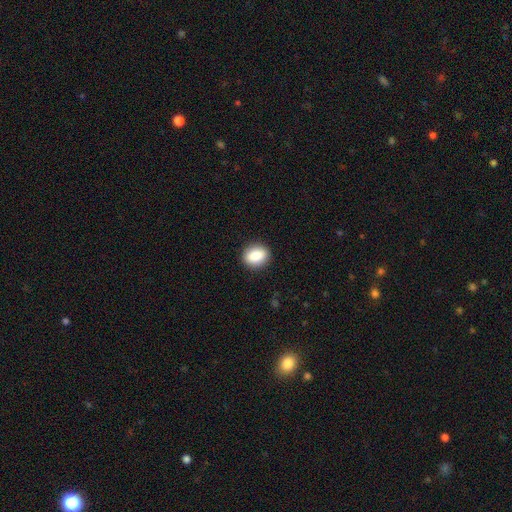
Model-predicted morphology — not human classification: Overall: smooth (88%). How rounded: in between (54%; round 45%). Merging: none (89%).